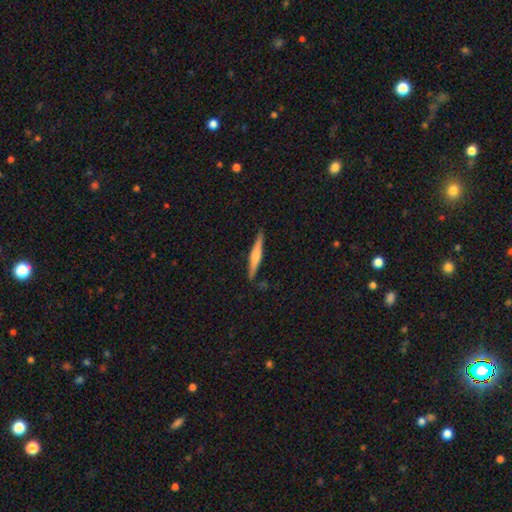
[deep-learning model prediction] smooth-or-featured: smooth: 48% | featured or disk: 46% | star or artifact: 6%
  merging: none: 88% | minor disturbance: 9% | major disturbance: 2% | merger: 1%